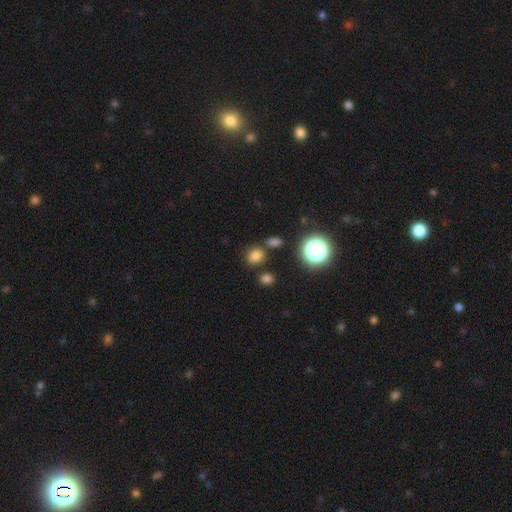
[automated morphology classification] Smooth or featured? Predicted: smooth (p=0.75). How rounded? Predicted: round (p=0.64). Merging? Predicted: none (p=0.76).